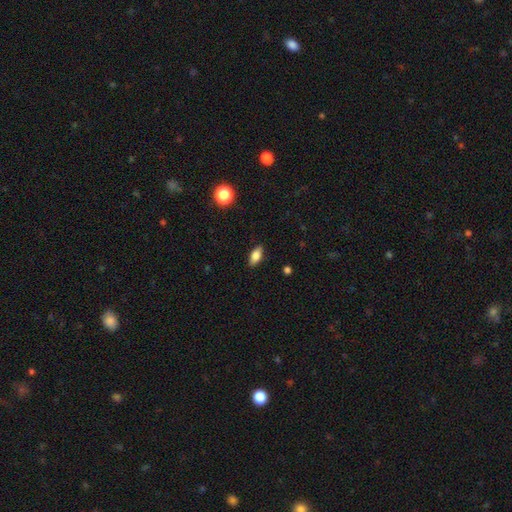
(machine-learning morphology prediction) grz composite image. It shows a smooth galaxy with no disk features (79%) that is in between round and cigar-shaped (85%). Merging: none (88%).